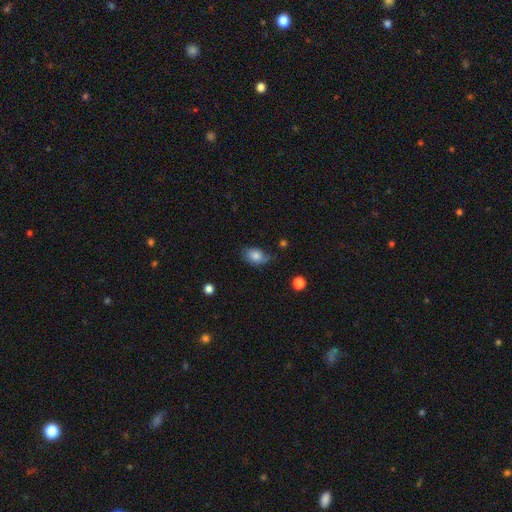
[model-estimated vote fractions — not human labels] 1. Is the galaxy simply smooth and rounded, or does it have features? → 78% smooth, 13% featured or disk, 9% star or artifact.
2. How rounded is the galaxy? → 75% in between, 23% round, 1% cigar-shaped.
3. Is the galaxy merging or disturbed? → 53% none, 34% minor disturbance, 10% major disturbance, 3% merger.